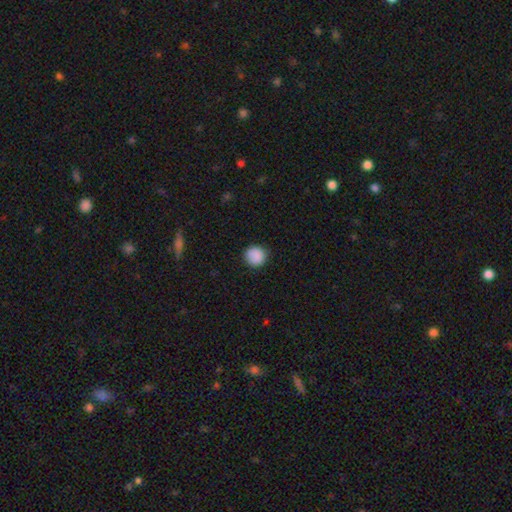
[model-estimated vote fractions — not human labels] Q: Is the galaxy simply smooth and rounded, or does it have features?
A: smooth — 89%.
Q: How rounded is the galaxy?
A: round — 94%.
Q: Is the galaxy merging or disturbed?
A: none — 89%.